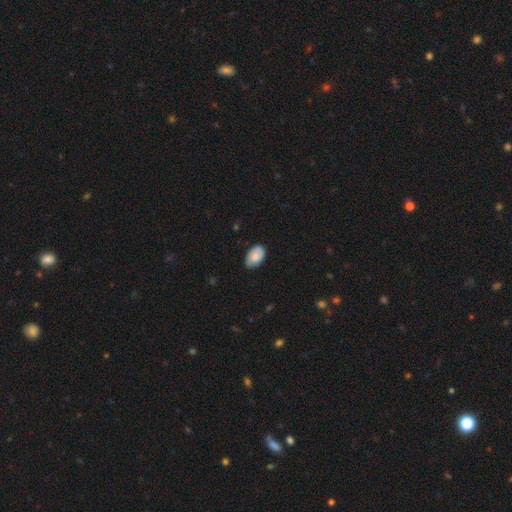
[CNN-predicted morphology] smooth_or_featured: smooth (p=0.79) [alt: featured or disk p=0.14]
how_rounded: in between (p=0.90) [alt: round p=0.08]
merging: none (p=0.68) [alt: minor disturbance p=0.27]